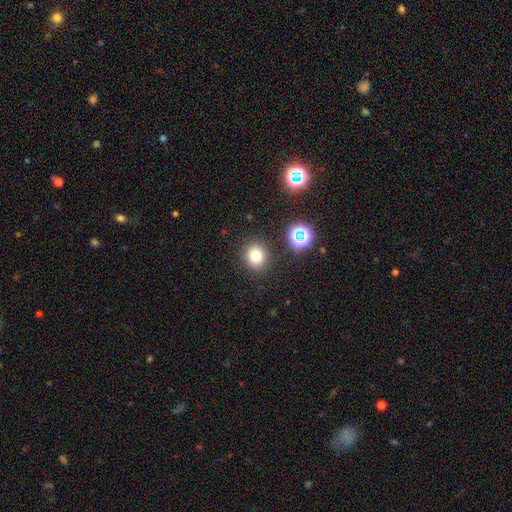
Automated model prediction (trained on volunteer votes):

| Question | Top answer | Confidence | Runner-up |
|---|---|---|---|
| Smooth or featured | smooth | 75% | star or artifact (17%) |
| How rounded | round | 85% | in between (14%) |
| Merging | none | 87% | minor disturbance (7%) |